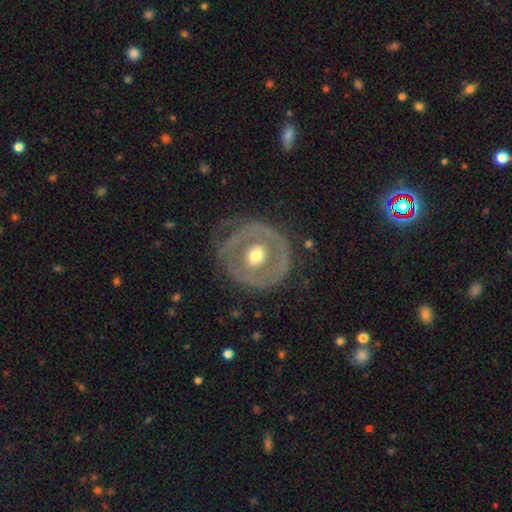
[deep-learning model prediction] smooth-or-featured: featured or disk: 64% | smooth: 31% | star or artifact: 6%
  disk-edge-on: no: 95% | yes: 5%
    bar: no: 73% | weak: 18% | strong: 8%
    has-spiral-arms: no: 76% | yes: 24%
    bulge-size: moderate: 74% | small: 12% | large: 11% | dominant: 1% | none: 1%
  merging: none: 63% | minor disturbance: 20% | major disturbance: 16% | merger: 2%